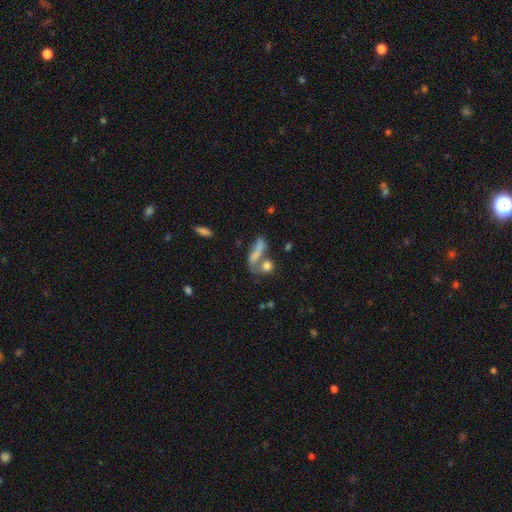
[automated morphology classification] A smooth galaxy with no disk features (58%) that is cigar-shaped (44%). Merging: none (40%).